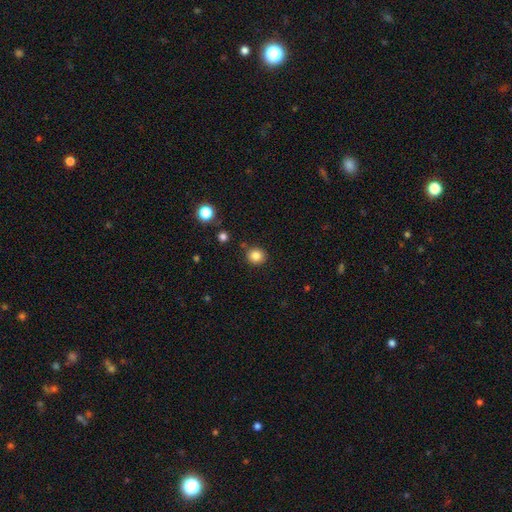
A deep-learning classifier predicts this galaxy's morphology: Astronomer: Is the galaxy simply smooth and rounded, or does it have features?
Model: smooth — 84%.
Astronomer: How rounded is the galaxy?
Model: round — 87%.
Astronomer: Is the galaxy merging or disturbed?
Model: none — 86%.